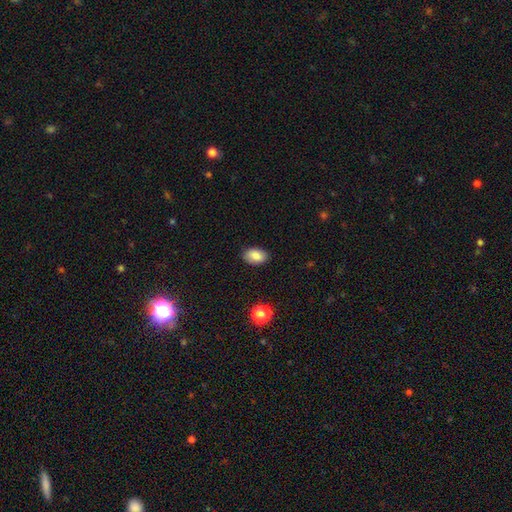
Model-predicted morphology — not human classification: Smooth or featured? Predicted: smooth (p=0.84). How rounded? Predicted: in between (p=0.87). Merging? Predicted: none (p=0.85).